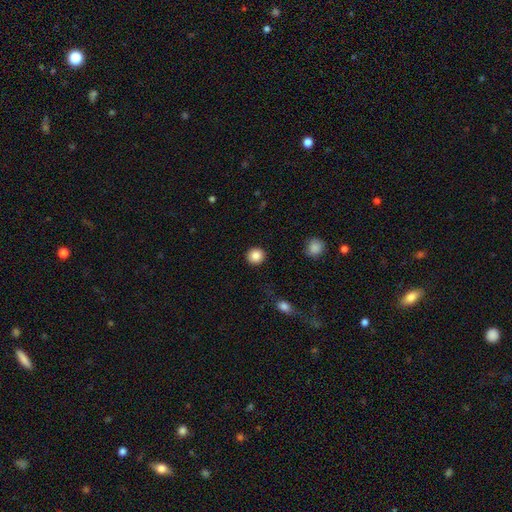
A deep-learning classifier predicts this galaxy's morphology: This is clearly a smooth galaxy (86%). How rounded: clearly round (93%). Merging: clearly none (92%).